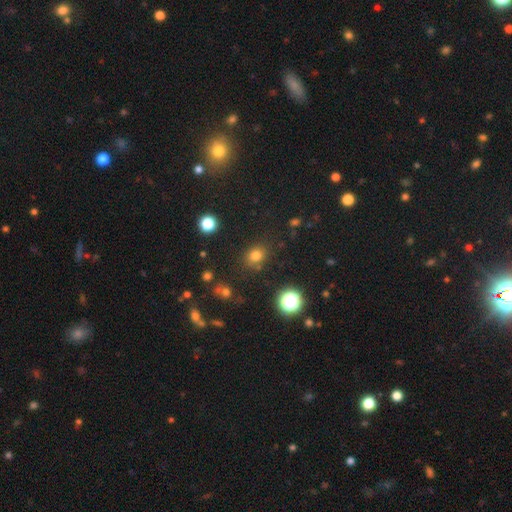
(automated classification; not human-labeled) A smooth galaxy with no disk features (74%) that is round (65%).

Vote fractions:
- Smooth or featured? smooth: 74% / star or artifact: 19% / featured or disk: 7%
- How rounded? round: 65% / in between: 34% / cigar-shaped: 1%
- Merging? none: 82% / minor disturbance: 11% / major disturbance: 4% / merger: 4%